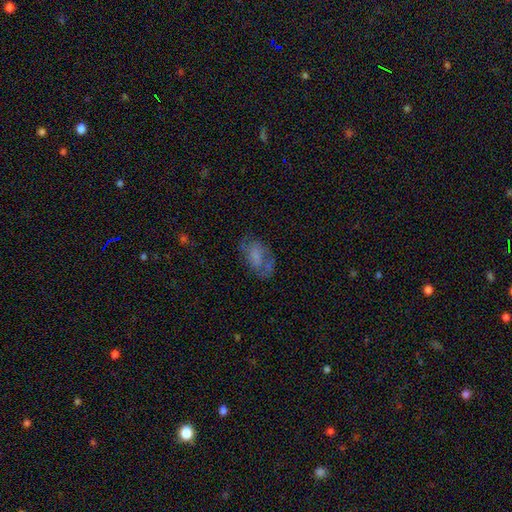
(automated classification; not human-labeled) Q: Smooth or featured?
A: smooth (50%); runner-up: featured or disk (40%)
Q: Merging?
A: none (49%); runner-up: minor disturbance (25%)